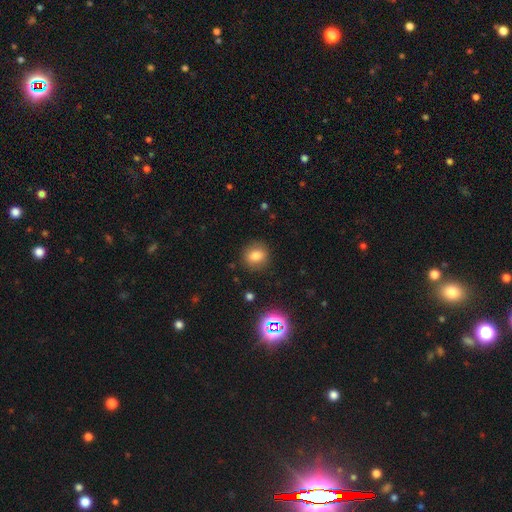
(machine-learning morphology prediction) Smooth or featured?
  - smooth: 78% *
  - star or artifact: 14%
  - featured or disk: 9%
How rounded?
  - round: 74% *
  - in between: 25%
  - cigar-shaped: 1%
Merging?
  - none: 87% *
  - minor disturbance: 9%
  - major disturbance: 3%
  - merger: 1%